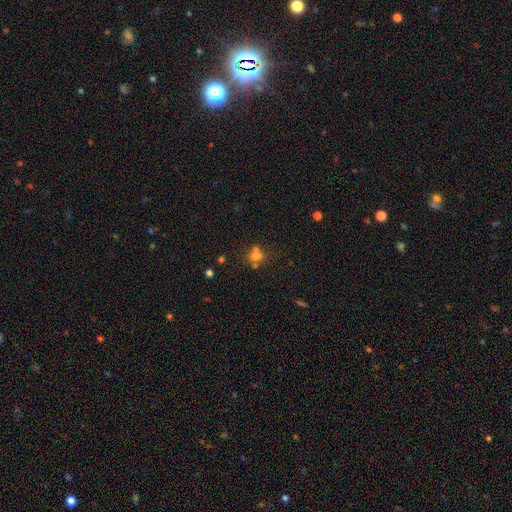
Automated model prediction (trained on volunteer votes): The model was most divided on "merging": none: 48%, merger: 36%, minor disturbance: 11%, major disturbance: 6%. More confident: how rounded — round (70%); smooth or featured — smooth (57%).